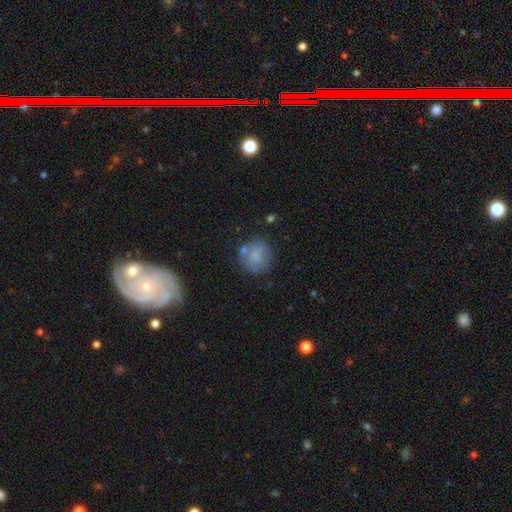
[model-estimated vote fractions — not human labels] This appears to be a smooth galaxy with no disk features (71%) that is round (84%). Merging: none (64%).